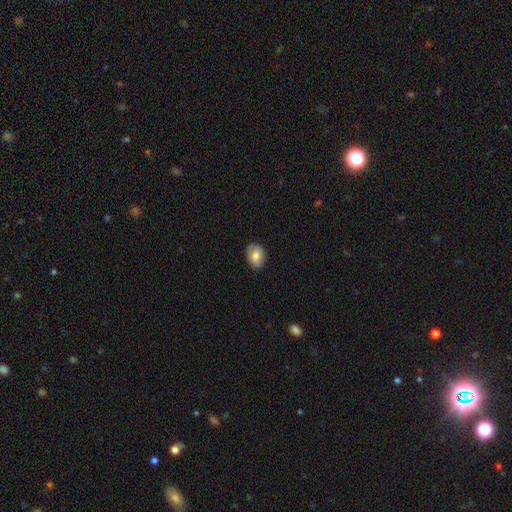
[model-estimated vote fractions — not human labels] A smooth galaxy with no disk features (78%) that is in between round and cigar-shaped (69%). Merging: none (83%).